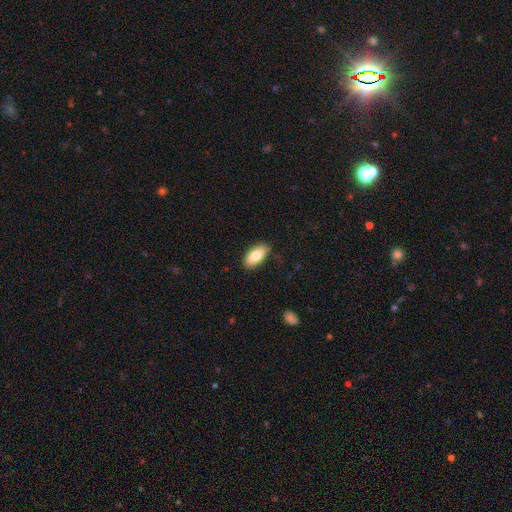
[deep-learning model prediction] Smooth or featured?
  - smooth: 80% *
  - featured or disk: 13%
  - star or artifact: 7%
How rounded?
  - in between: 93% *
  - cigar-shaped: 4%
  - round: 3%
Merging?
  - none: 85% *
  - minor disturbance: 12%
  - major disturbance: 2%
  - merger: 1%